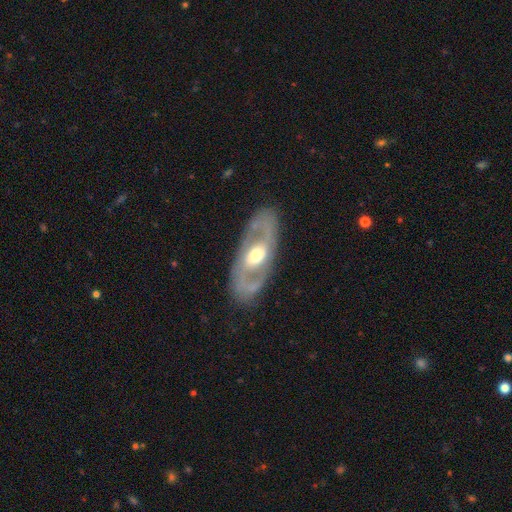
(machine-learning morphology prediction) Q: Smooth or featured?
A: featured or disk (81%); runner-up: smooth (14%)
Q: Edge-on disk?
A: no (92%); runner-up: yes (8%)
Q: Bar?
A: no (40%); runner-up: weak (39%)
Q: Spiral arms?
A: yes (75%); runner-up: no (25%)
Q: Spiral winding?
A: medium (49%); runner-up: tight (27%)
Q: Spiral arm count?
A: 2 (87%); runner-up: can't tell (8%)
Q: Bulge size?
A: moderate (67%); runner-up: small (19%)
Q: Merging?
A: none (84%); runner-up: minor disturbance (11%)